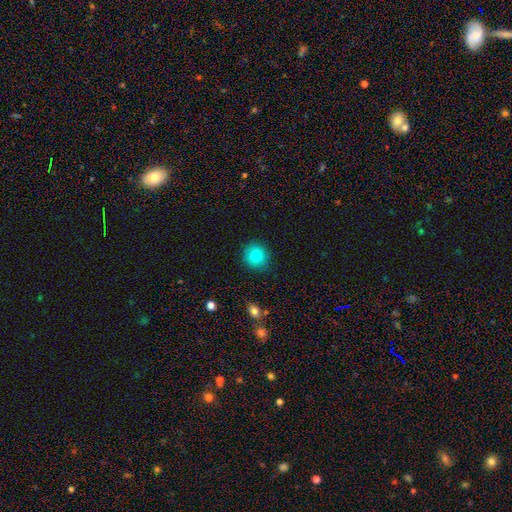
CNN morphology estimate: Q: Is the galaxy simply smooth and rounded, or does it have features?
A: smooth — 85%.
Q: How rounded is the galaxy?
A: round — 90%.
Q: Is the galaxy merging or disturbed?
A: none — 88%.